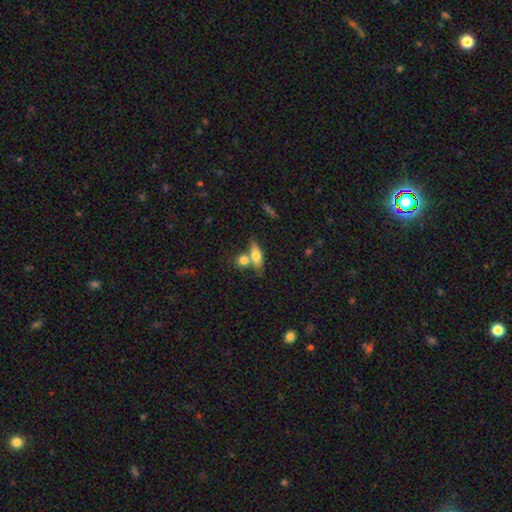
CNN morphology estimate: Smooth or featured? Predicted: smooth (p=0.71). How rounded? Predicted: in between (p=0.66). Merging? Predicted: none (p=0.46).